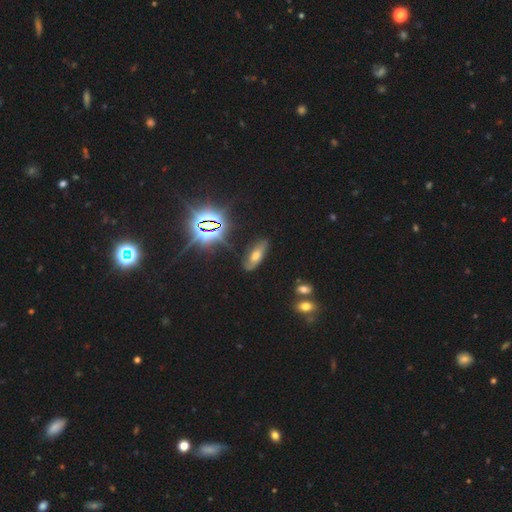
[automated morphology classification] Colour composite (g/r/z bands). It shows a smooth galaxy with no disk features (36%). Merging: none (71%).